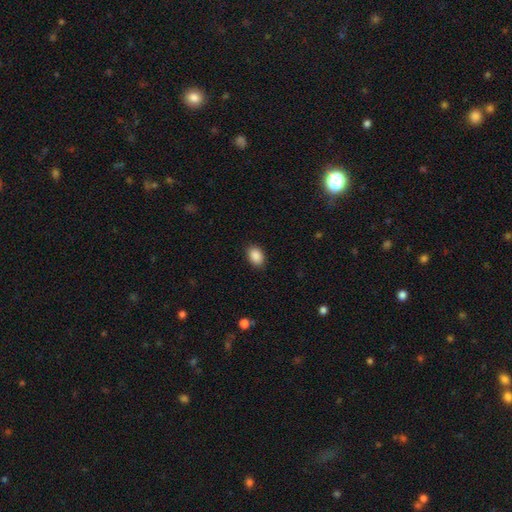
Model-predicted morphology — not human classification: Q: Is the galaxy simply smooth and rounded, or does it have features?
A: smooth — 89%.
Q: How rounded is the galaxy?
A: in between — 84%.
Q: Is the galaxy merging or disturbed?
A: none — 88%.